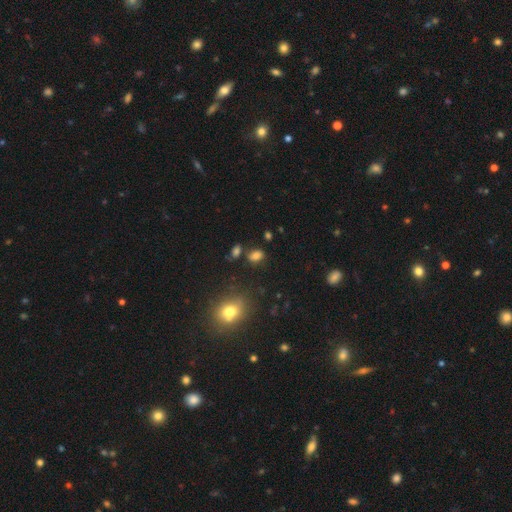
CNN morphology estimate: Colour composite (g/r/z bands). It shows a smooth galaxy with no disk features (77%) that is in between round and cigar-shaped (79%). Merging: none (72%).